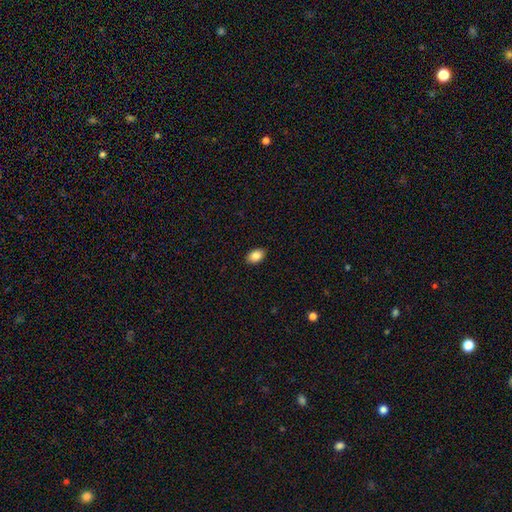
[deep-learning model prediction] Overall: smooth (87%). How rounded: in between (87%). Merging: none (90%).